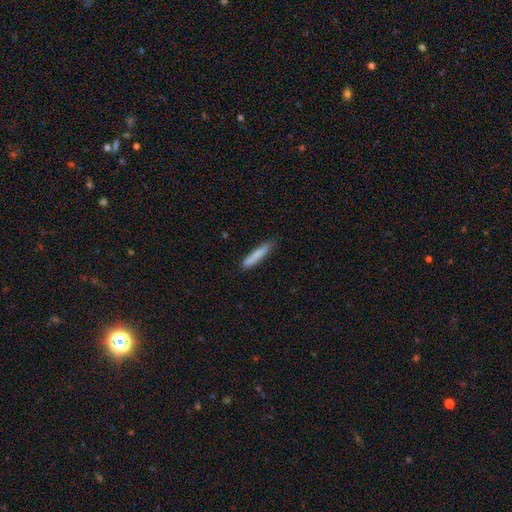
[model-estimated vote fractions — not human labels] Overall: smooth (82%). How rounded: cigar-shaped (92%). Merging: none (81%).